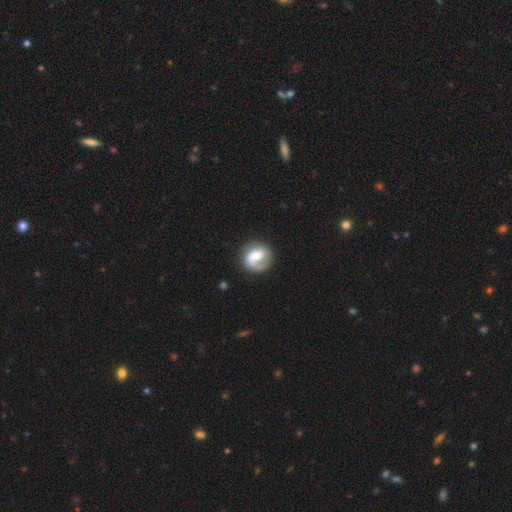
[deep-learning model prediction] Smooth or featured? Predicted: featured or disk (p=0.66). Edge-on disk? Predicted: no (p=0.98). Bar? Predicted: weak (p=0.45). Spiral arms? Predicted: yes (p=0.89). Spiral winding? Predicted: medium (p=0.39). Spiral arm count? Predicted: 1 (p=0.52). Bulge size? Predicted: moderate (p=0.62). Merging? Predicted: none (p=0.75).